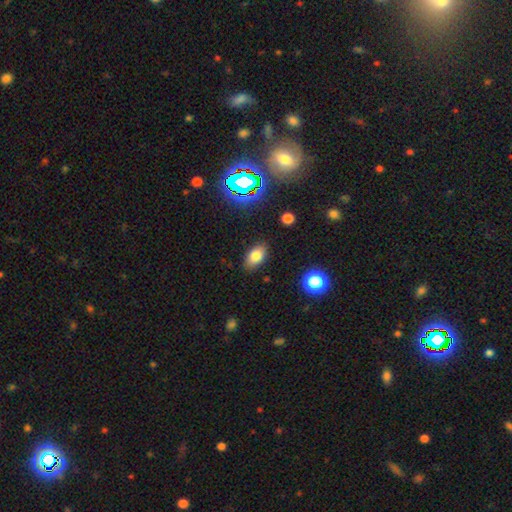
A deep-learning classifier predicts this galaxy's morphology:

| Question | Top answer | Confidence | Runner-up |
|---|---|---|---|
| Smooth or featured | smooth | 78% | star or artifact (12%) |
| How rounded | in between | 89% | round (8%) |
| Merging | none | 86% | minor disturbance (10%) |